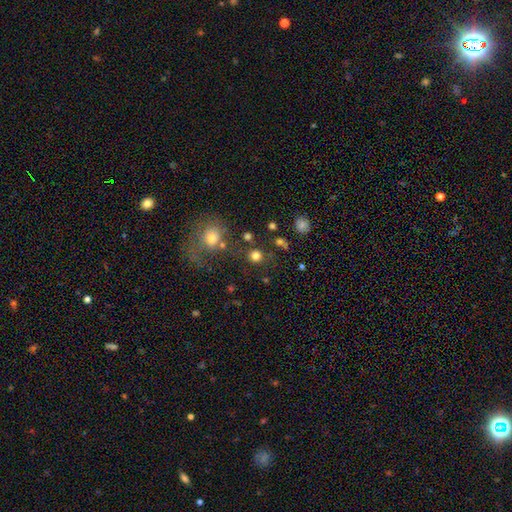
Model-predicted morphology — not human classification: smooth 77%, star or artifact 16%, featured or disk 6%. Down the decision tree: how rounded — round (91%); merging — none (78%).